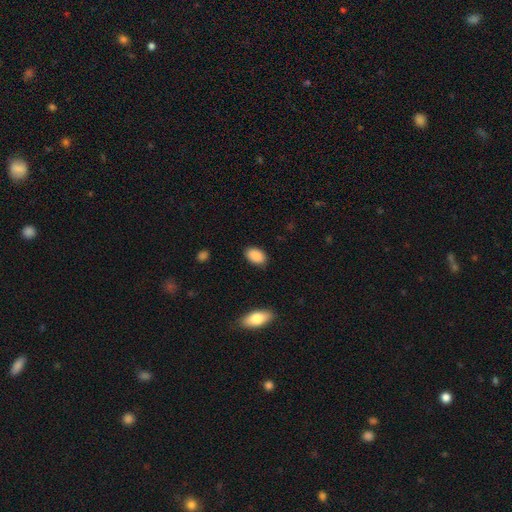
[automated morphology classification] smooth_or_featured: smooth (p=0.89) [alt: star or artifact p=0.07]
how_rounded: in between (p=0.90) [alt: round p=0.09]
merging: none (p=0.87) [alt: minor disturbance p=0.10]